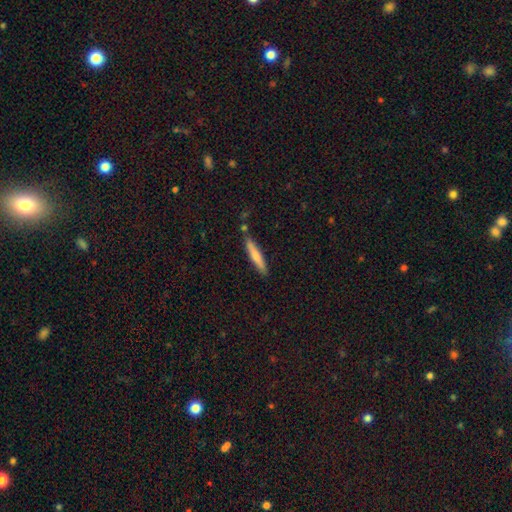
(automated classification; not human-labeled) This appears to be a smooth galaxy with no disk features (68%) that is cigar-shaped (92%). Merging: none (83%).